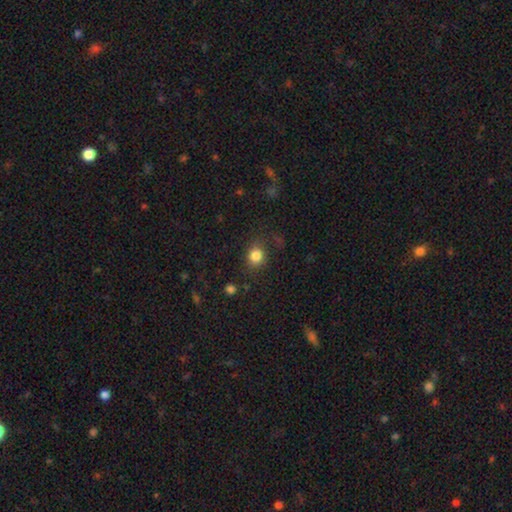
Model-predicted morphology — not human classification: Q: Smooth or featured?
A: smooth (83%); runner-up: star or artifact (11%)
Q: How rounded?
A: round (73%); runner-up: in between (27%)
Q: Merging?
A: none (76%); runner-up: minor disturbance (16%)